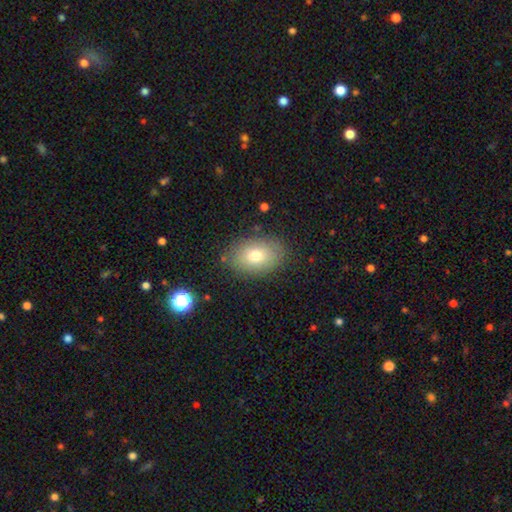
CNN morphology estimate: Q: Smooth or featured?
A: smooth (76%); runner-up: featured or disk (15%)
Q: How rounded?
A: in between (84%); runner-up: round (15%)
Q: Merging?
A: none (84%); runner-up: minor disturbance (11%)